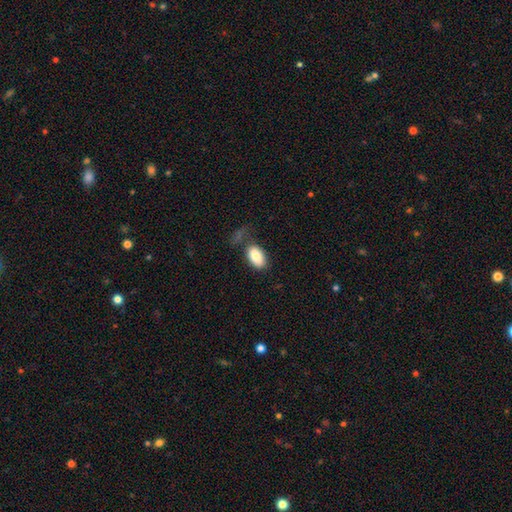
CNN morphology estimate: A smooth galaxy with no disk features (84%) that is in between round and cigar-shaped (93%). Merging: none (58%).